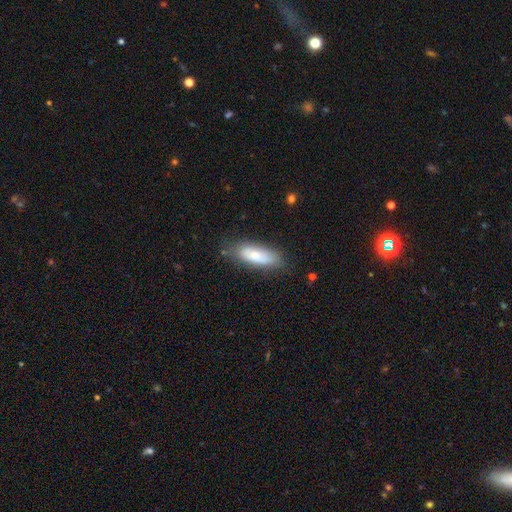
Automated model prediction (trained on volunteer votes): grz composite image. It shows a smooth galaxy with no disk features (73%) that is in between round and cigar-shaped (64%). Merging: none (73%).